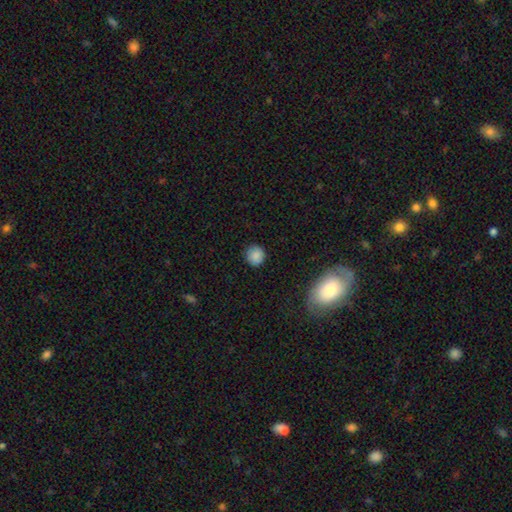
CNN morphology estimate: Smooth or featured? smooth (85%)
How rounded? round (89%)
Merging? none (87%)